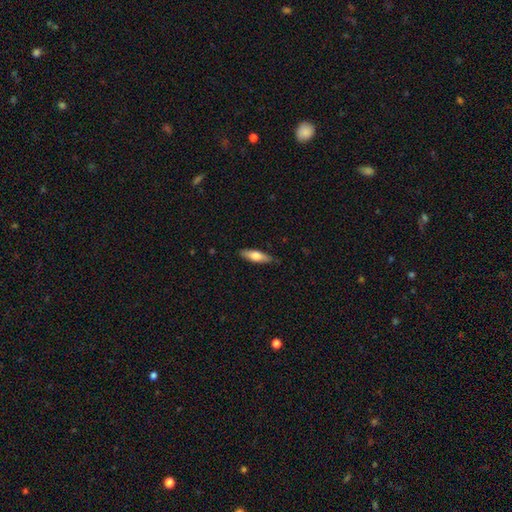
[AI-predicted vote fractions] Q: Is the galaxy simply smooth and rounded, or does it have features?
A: smooth — 65%.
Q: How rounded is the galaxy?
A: cigar-shaped — 56%.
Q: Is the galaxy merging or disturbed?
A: none — 81%.